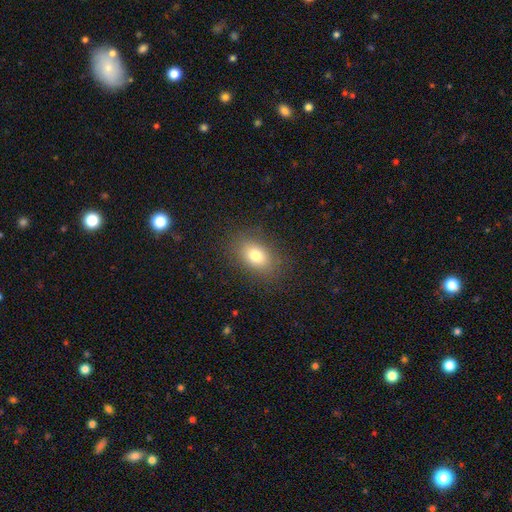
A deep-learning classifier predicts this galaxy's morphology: Smooth or featured? Predicted: smooth (p=0.79). How rounded? Predicted: in between (p=0.79). Merging? Predicted: none (p=0.85).